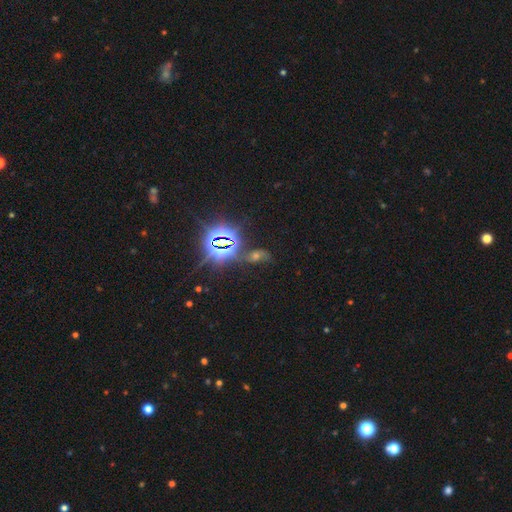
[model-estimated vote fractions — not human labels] Morphology: type=star or artifact (60%).